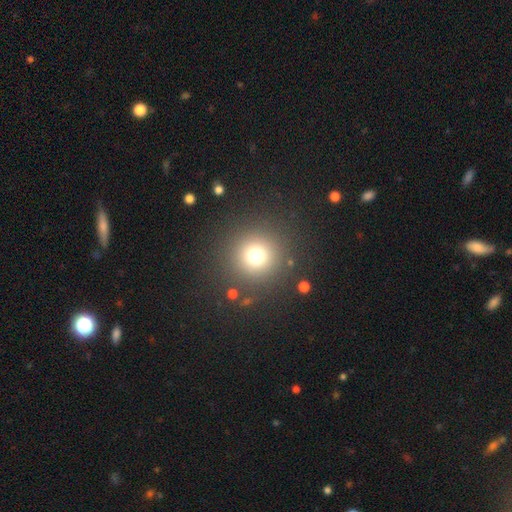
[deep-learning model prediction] Smooth or featured?
  - smooth: 72% *
  - star or artifact: 19%
  - featured or disk: 9%
How rounded?
  - round: 95% *
  - in between: 4%
  - cigar-shaped: 1%
Merging?
  - none: 87% *
  - minor disturbance: 6%
  - major disturbance: 4%
  - merger: 3%